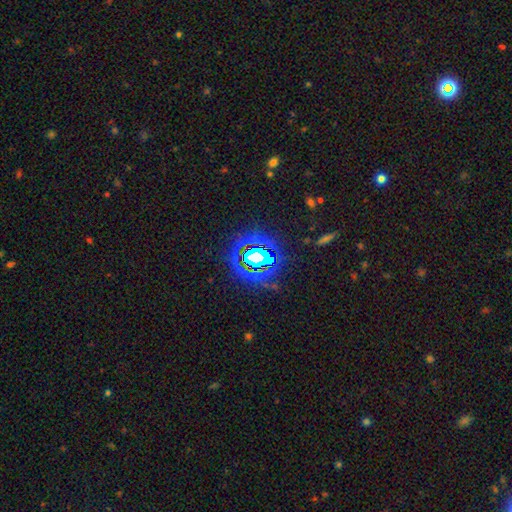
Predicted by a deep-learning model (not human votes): smooth_or_featured: star or artifact (p=0.74) [alt: smooth p=0.14]